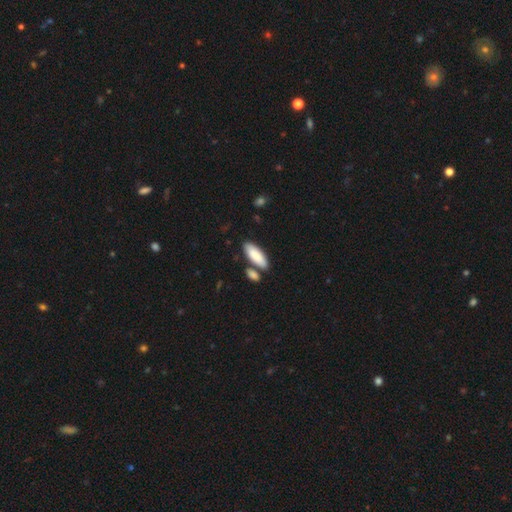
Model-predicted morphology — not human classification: Smooth or featured: smooth — 87% (featured or disk — 8%)
How rounded: in between — 69% (cigar-shaped — 29%)
Merging: none — 67% (merger — 18%)